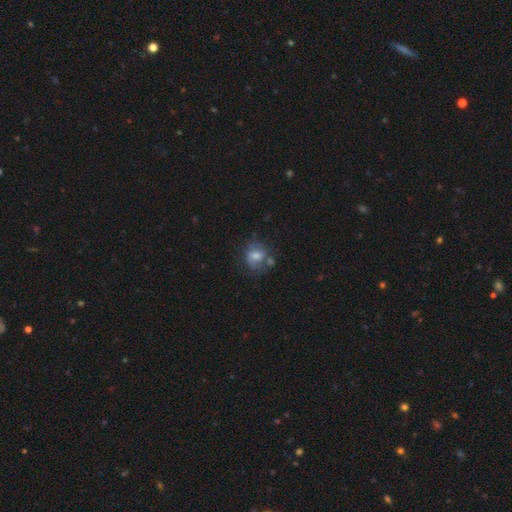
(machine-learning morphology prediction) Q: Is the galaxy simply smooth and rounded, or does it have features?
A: smooth — 55%.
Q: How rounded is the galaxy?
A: round — 57%.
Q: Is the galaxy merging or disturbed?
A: none — 48%.